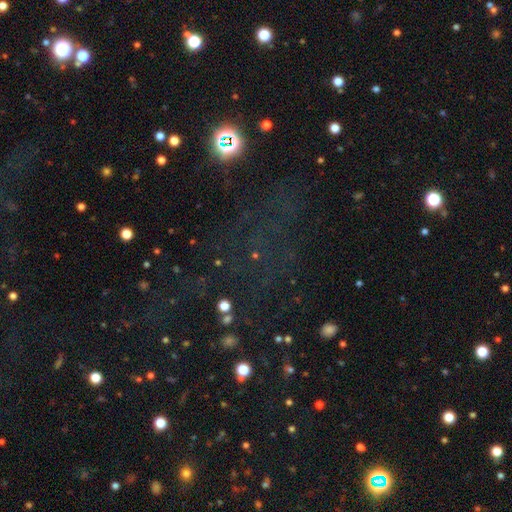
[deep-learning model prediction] A star or artifact, not a galaxy (64%).